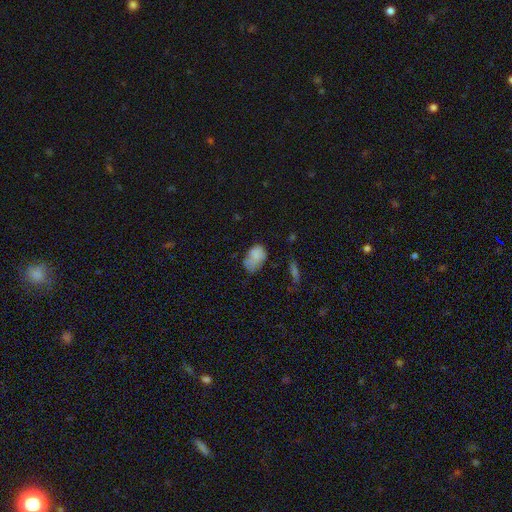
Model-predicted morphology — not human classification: Q: Smooth or featured?
A: smooth (76%); runner-up: featured or disk (14%)
Q: How rounded?
A: in between (87%); runner-up: round (12%)
Q: Merging?
A: none (38%); runner-up: minor disturbance (36%)